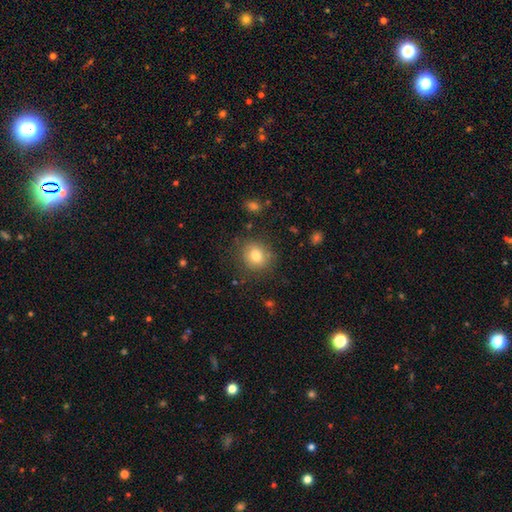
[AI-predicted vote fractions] A smooth galaxy with no disk features (79%) that is round (72%). Merging: none (82%).